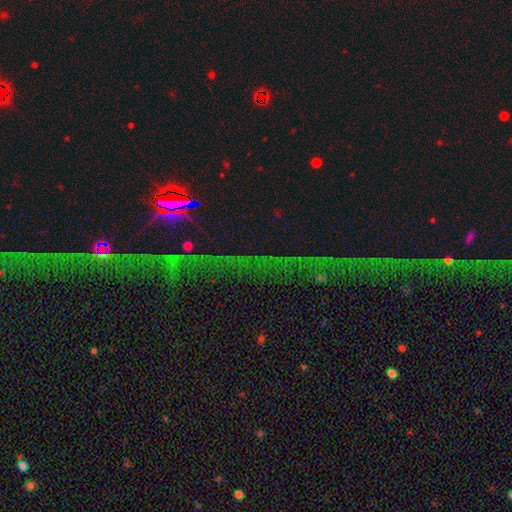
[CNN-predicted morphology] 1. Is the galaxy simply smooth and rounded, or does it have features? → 83% star or artifact, 10% featured or disk, 7% smooth.